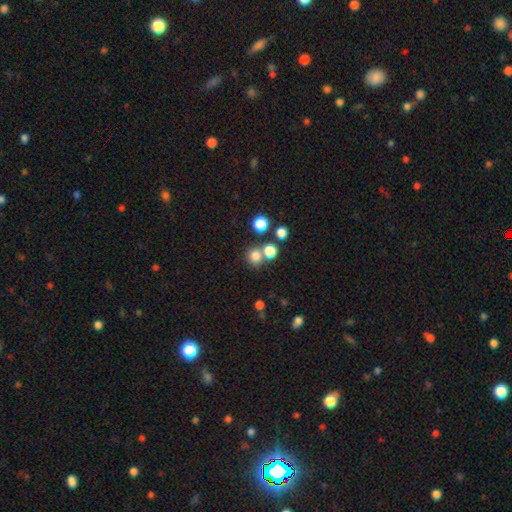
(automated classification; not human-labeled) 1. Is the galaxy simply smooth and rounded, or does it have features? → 78% smooth, 15% star or artifact, 7% featured or disk.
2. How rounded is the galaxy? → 85% round, 14% in between, 1% cigar-shaped.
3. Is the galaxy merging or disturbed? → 62% none, 27% merger, 8% minor disturbance, 4% major disturbance.